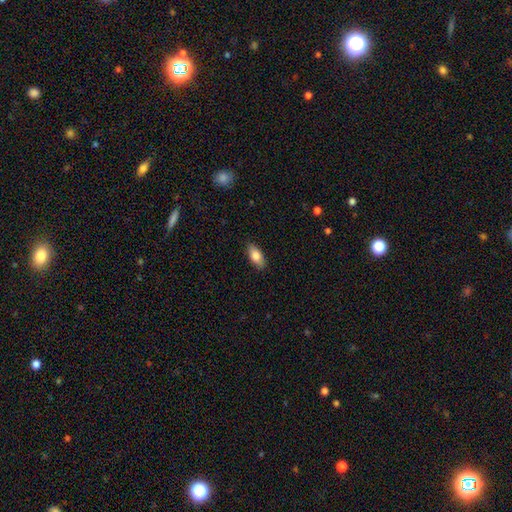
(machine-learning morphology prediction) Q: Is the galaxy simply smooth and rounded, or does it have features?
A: smooth — 79%.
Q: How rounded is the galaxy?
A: in between — 85%.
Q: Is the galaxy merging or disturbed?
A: none — 88%.